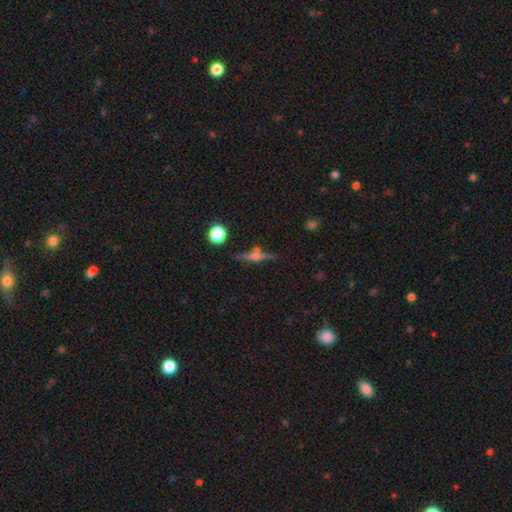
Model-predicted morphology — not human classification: smooth_or_featured: featured or disk (p=0.63) [alt: smooth p=0.23]
disk_edge_on: yes (p=0.94) [alt: no p=0.06]
edge_on_bulge: rounded (p=0.83) [alt: boxy p=0.09]
merging: none (p=0.78) [alt: minor disturbance p=0.11]